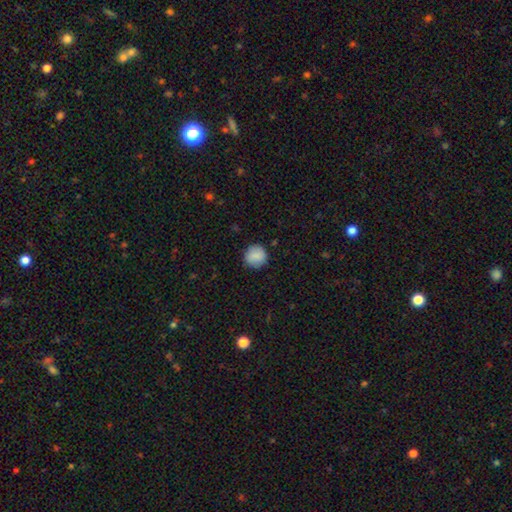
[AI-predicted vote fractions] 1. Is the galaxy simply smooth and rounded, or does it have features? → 88% smooth, 7% star or artifact, 5% featured or disk.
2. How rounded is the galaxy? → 92% round, 7% in between, 1% cigar-shaped.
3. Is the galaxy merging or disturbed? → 87% none, 9% minor disturbance, 2% major disturbance, 1% merger.